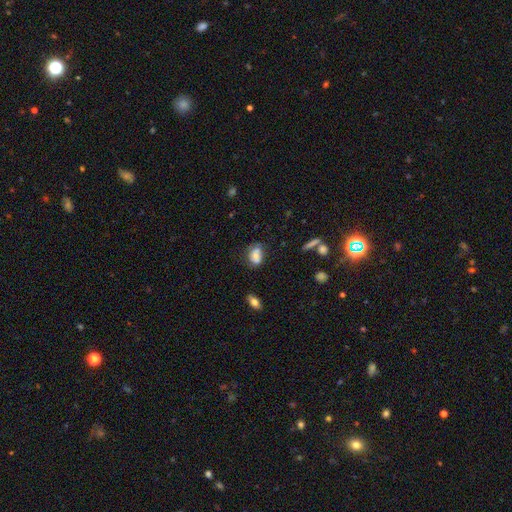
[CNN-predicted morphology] Smooth or featured?
  - smooth: 60% *
  - featured or disk: 28%
  - star or artifact: 12%
How rounded?
  - in between: 73% *
  - round: 25%
  - cigar-shaped: 2%
Merging?
  - none: 50% *
  - minor disturbance: 26%
  - merger: 13%
  - major disturbance: 11%